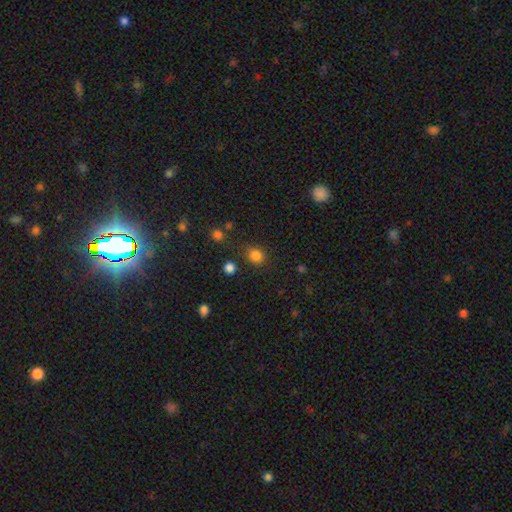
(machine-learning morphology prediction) The model was most divided on "how rounded": round: 71%, in between: 28%, cigar-shaped: 1%. More confident: smooth or featured — smooth (82%); merging — none (76%).